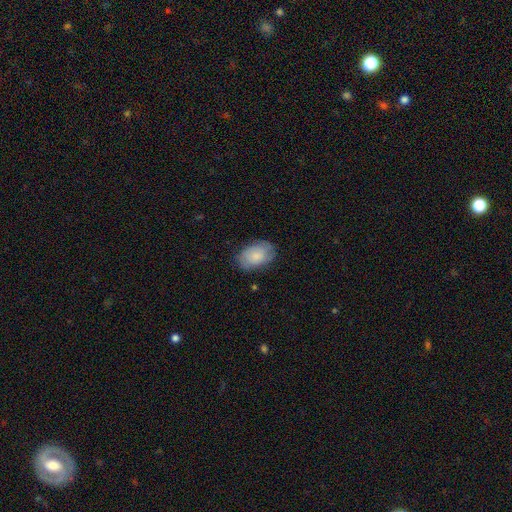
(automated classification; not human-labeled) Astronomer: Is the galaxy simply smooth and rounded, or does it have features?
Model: smooth — 75%.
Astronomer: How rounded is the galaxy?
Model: in between — 88%.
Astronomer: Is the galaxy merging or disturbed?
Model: none — 78%.